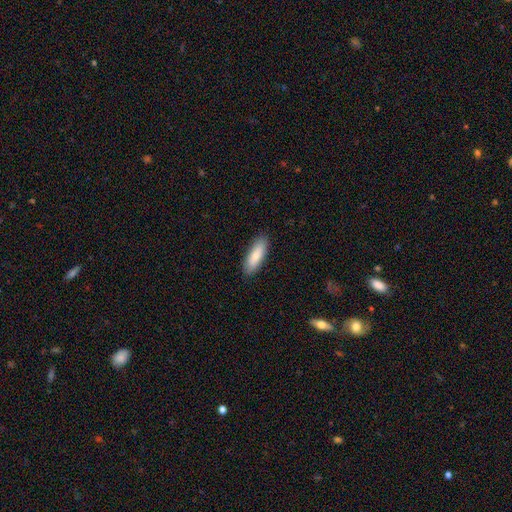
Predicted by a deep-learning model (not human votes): smooth-or-featured: smooth: 79% | featured or disk: 15% | star or artifact: 6%
  how-rounded: in between: 59% | cigar-shaped: 39% | round: 2%
  merging: none: 88% | minor disturbance: 9% | major disturbance: 2% | merger: 1%